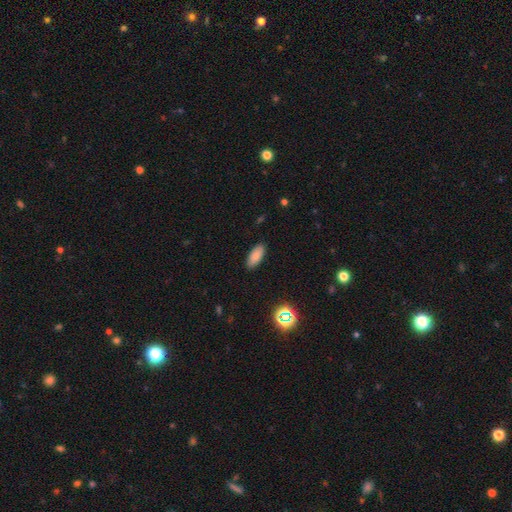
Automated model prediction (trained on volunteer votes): This appears to be a smooth galaxy with no disk features (86%) that is in between round and cigar-shaped (86%). Merging: none (89%).